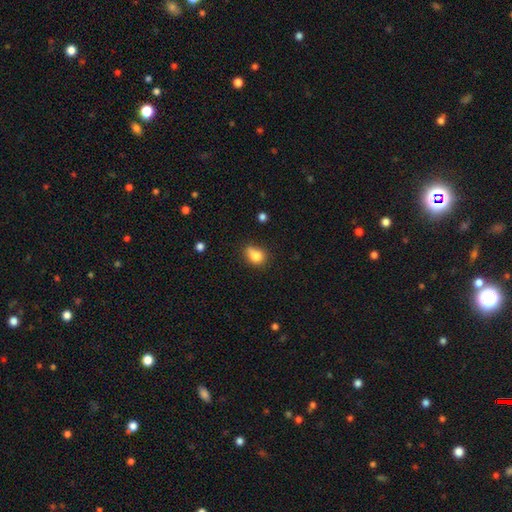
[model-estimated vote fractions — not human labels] A smooth galaxy with no disk features (80%) that is in between round and cigar-shaped (57%).

Vote fractions:
- Smooth or featured? smooth: 80% / star or artifact: 11% / featured or disk: 10%
- How rounded? in between: 57% / round: 41% / cigar-shaped: 2%
- Merging? none: 48% / minor disturbance: 34% / major disturbance: 10% / merger: 8%